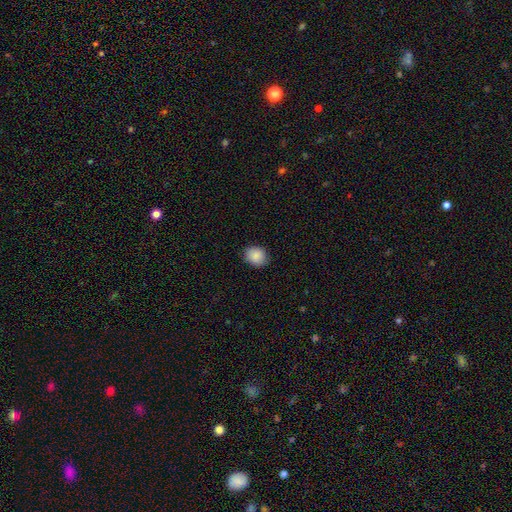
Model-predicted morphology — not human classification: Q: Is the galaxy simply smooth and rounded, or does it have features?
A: smooth — 88%.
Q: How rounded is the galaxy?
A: round — 57%.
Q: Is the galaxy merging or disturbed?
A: none — 86%.